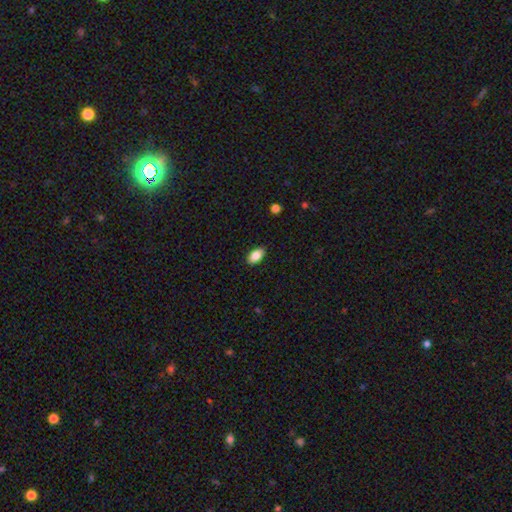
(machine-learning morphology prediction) smooth_or_featured: smooth (p=0.87) [alt: star or artifact p=0.07]
how_rounded: in between (p=0.93) [alt: round p=0.04]
merging: none (p=0.89) [alt: minor disturbance p=0.08]